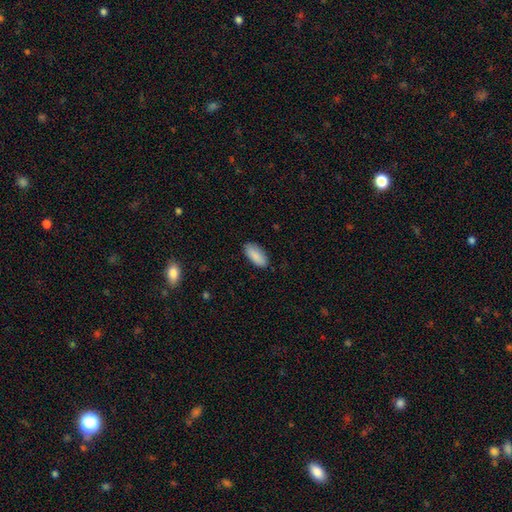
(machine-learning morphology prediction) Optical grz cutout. It shows a smooth galaxy with no disk features (89%) that is in between round and cigar-shaped (86%). Merging: none (86%).